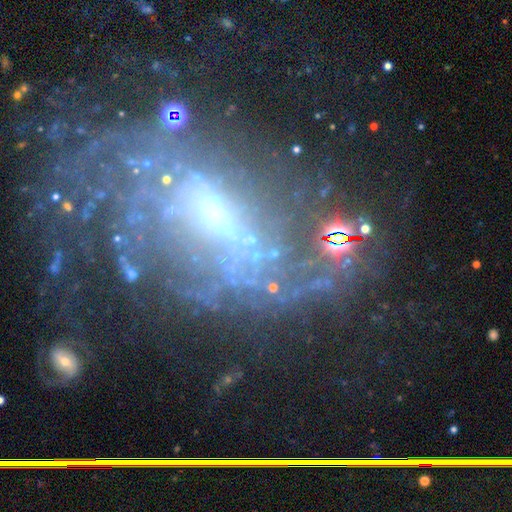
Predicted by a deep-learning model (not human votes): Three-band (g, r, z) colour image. It shows a featured or disk galaxy (50%). Merging: none (53%).